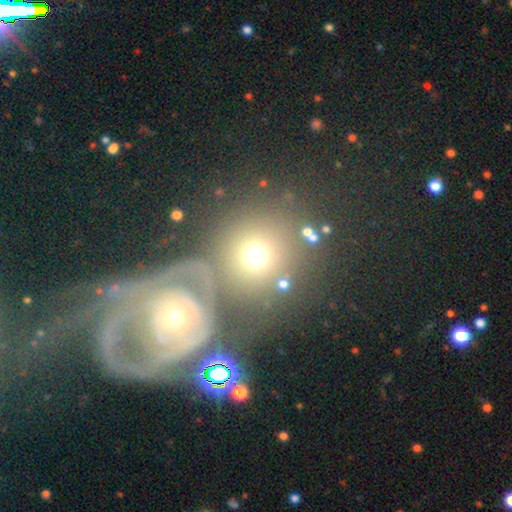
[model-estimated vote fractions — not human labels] A smooth galaxy with no disk features (61%) that is round (83%).

Vote fractions:
- Smooth or featured? smooth: 61% / featured or disk: 25% / star or artifact: 14%
- How rounded? round: 83% / in between: 15% / cigar-shaped: 1%
- Merging? none: 46% / merger: 35% / minor disturbance: 10% / major disturbance: 9%